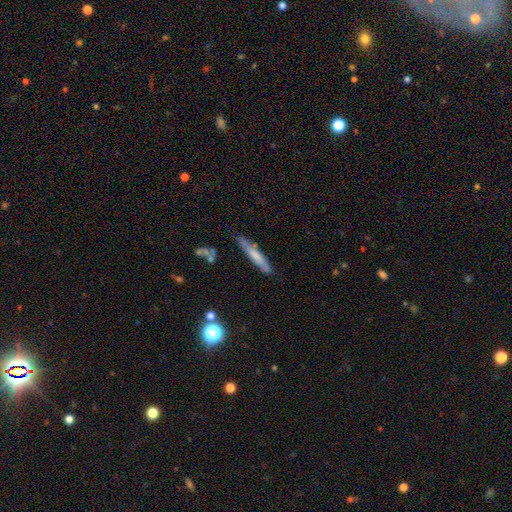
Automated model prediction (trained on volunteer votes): Overall: smooth (59%; featured or disk 34%). How rounded: cigar-shaped (91%). Merging: none (75%).